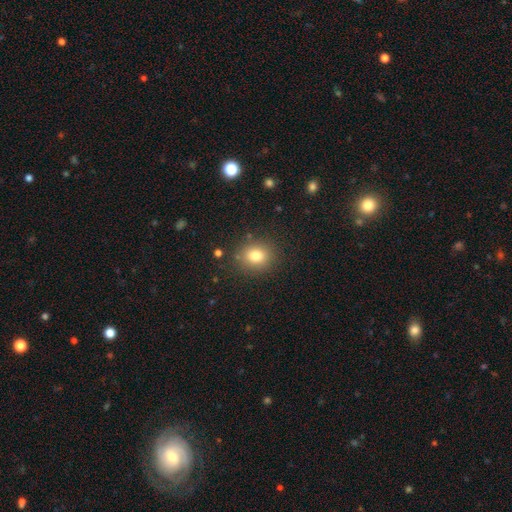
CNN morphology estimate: Smooth or featured? smooth (80%)
How rounded? round (76%)
Merging? none (86%)